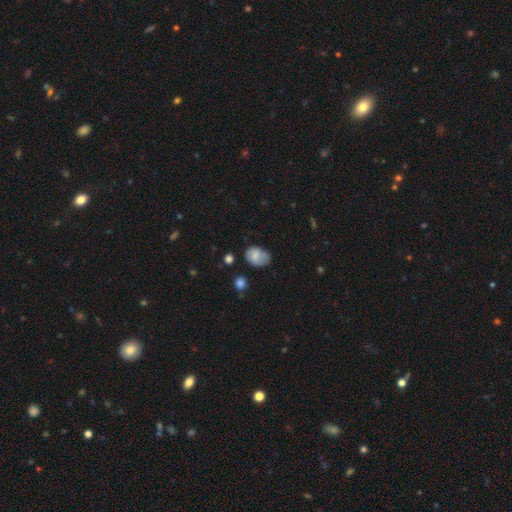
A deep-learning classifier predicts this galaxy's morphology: type=smooth (75%); roundness=in between (62%); merging=none (46%).